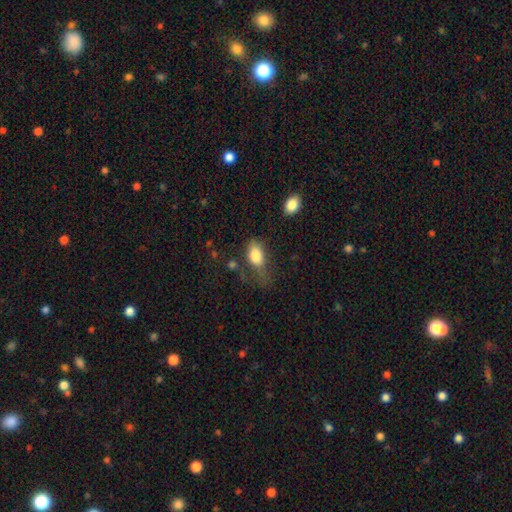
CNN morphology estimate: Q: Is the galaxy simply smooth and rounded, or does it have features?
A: smooth — 83%.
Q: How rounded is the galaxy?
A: in between — 88%.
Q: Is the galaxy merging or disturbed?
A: none — 38%.